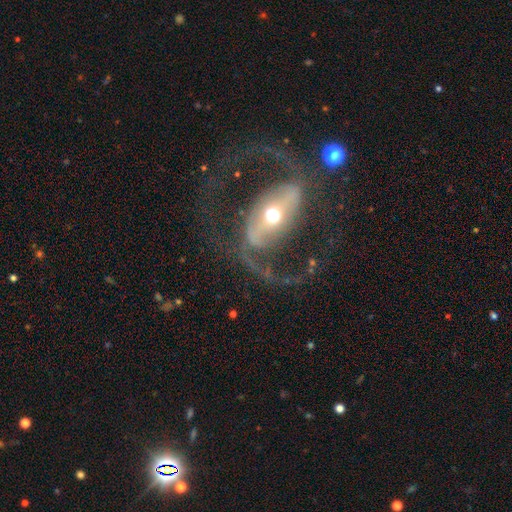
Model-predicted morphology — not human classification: Overall: featured or disk (90%). Edge-on disk: no (96%). Bar: strong (52%; weak 27%). Spiral arms: yes (93%). Spiral arm count: 2 (93%). Spiral winding: medium (58%; loose 27%). Bulge size: moderate (56%; small 33%). Merging: none (75%).